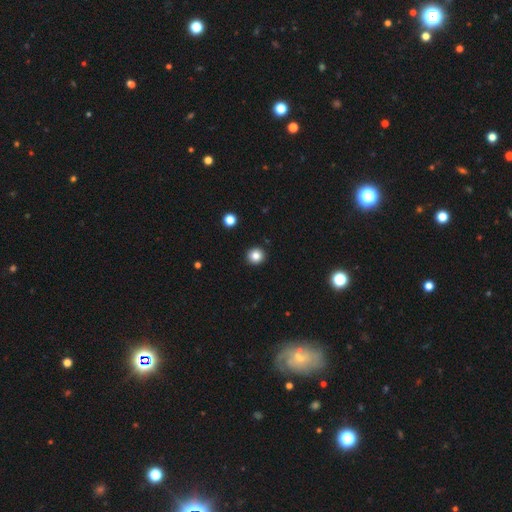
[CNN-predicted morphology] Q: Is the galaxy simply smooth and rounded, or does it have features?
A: smooth — 84%.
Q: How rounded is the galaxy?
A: round — 94%.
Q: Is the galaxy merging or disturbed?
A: none — 93%.